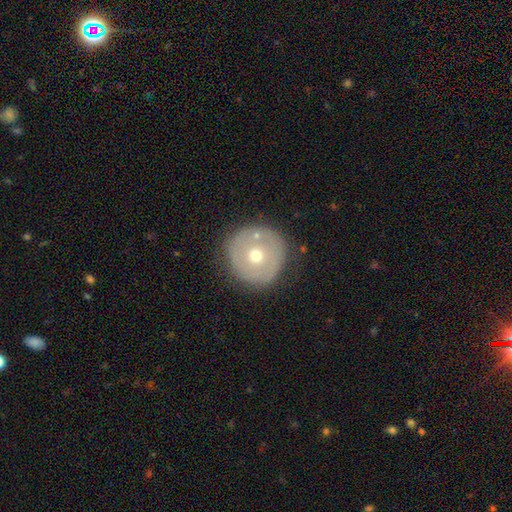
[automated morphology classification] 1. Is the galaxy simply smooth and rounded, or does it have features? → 47% smooth, 44% featured or disk, 9% star or artifact.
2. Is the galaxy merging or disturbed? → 81% none, 12% minor disturbance, 4% major disturbance, 3% merger.